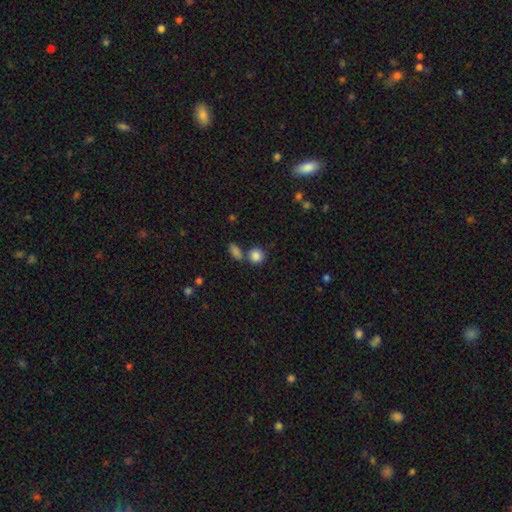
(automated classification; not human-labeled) smooth-or-featured: smooth: 85% | star or artifact: 9% | featured or disk: 5%
  how-rounded: round: 83% | in between: 16% | cigar-shaped: 2%
  merging: none: 63% | merger: 23% | minor disturbance: 10% | major disturbance: 4%